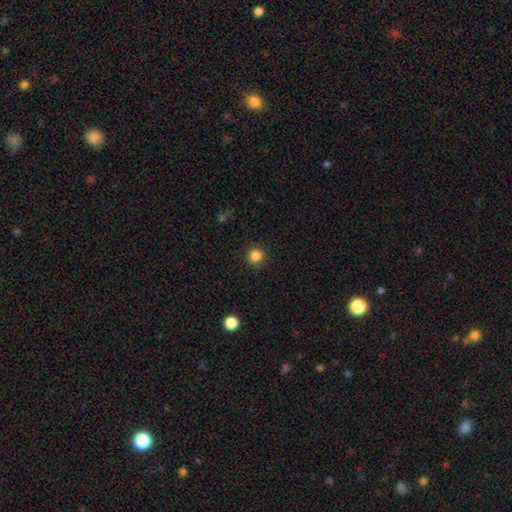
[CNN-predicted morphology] A smooth galaxy with no disk features (86%) that is round (93%).

Vote fractions:
- Smooth or featured? smooth: 86% / star or artifact: 11% / featured or disk: 3%
- How rounded? round: 93% / in between: 6% / cigar-shaped: 1%
- Merging? none: 90% / minor disturbance: 7% / major disturbance: 2% / merger: 1%